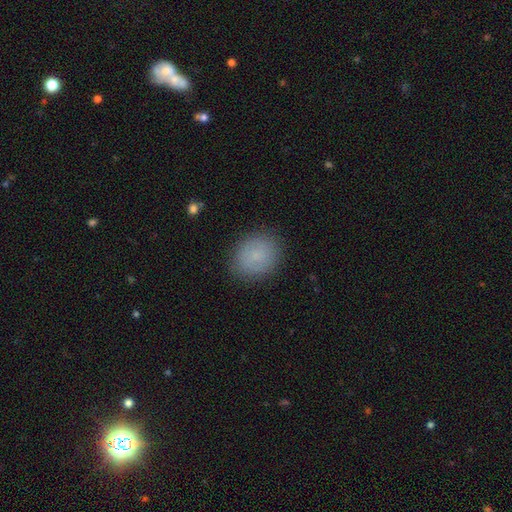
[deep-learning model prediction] This is likely a smooth galaxy (79%). How rounded: possibly round (54%). Merging: clearly none (86%).